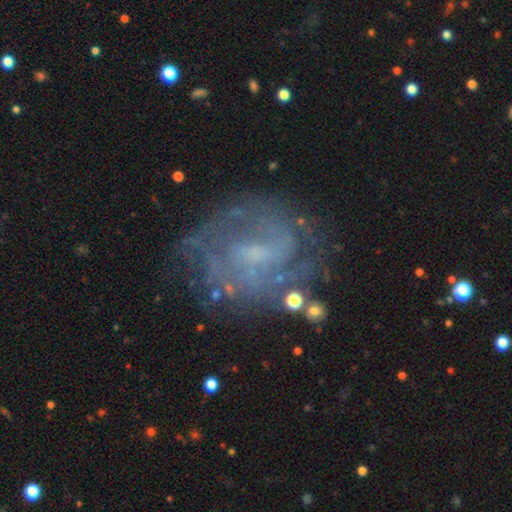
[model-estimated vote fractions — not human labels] This appears to be a featured or disk galaxy (76%) with a weak bar (51%), tight (47%) spiral arms (81%) and a small central bulge (45%). Merging: none (70%).